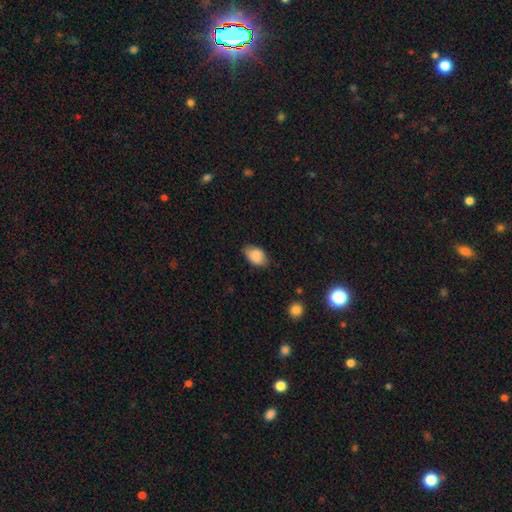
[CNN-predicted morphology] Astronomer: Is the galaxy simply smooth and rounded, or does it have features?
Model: smooth — 86%.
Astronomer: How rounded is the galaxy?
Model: in between — 87%.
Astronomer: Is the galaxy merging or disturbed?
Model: none — 71%.